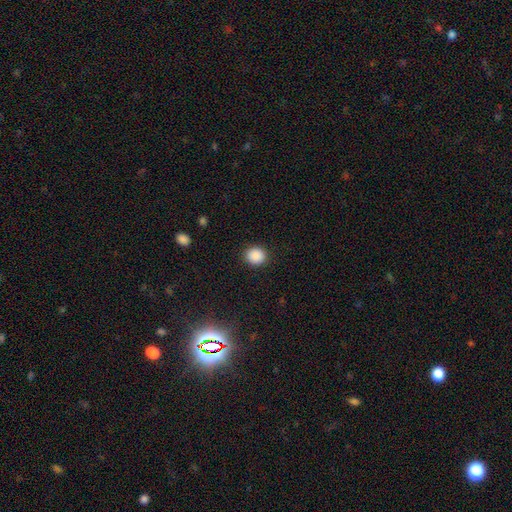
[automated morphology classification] This appears to be a smooth galaxy with no disk features (88%) that is round (79%). Merging: none (90%).